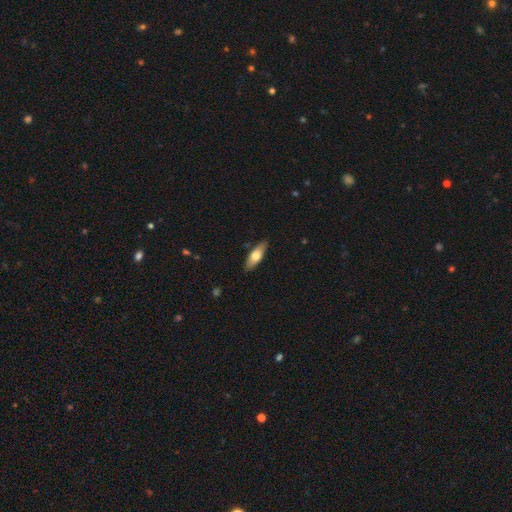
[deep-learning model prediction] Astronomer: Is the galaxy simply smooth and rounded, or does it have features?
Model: smooth — 63%.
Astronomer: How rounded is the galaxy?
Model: in between — 57% (runner-up: cigar-shaped, 41%).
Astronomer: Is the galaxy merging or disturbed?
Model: none — 86%.